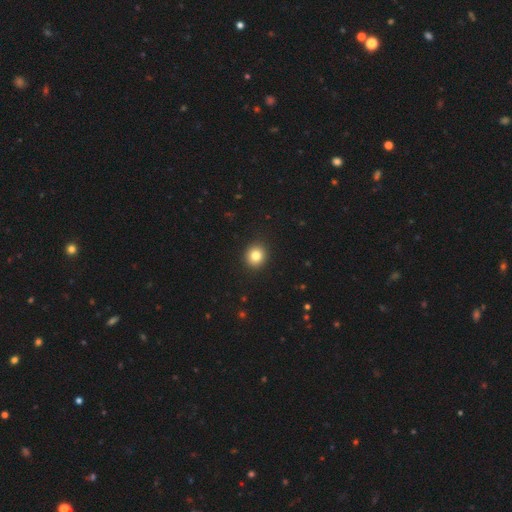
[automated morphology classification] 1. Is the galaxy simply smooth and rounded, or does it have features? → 83% smooth, 11% star or artifact, 7% featured or disk.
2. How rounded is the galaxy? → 85% round, 15% in between, 1% cigar-shaped.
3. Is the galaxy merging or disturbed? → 92% none, 5% minor disturbance, 2% major disturbance, 1% merger.